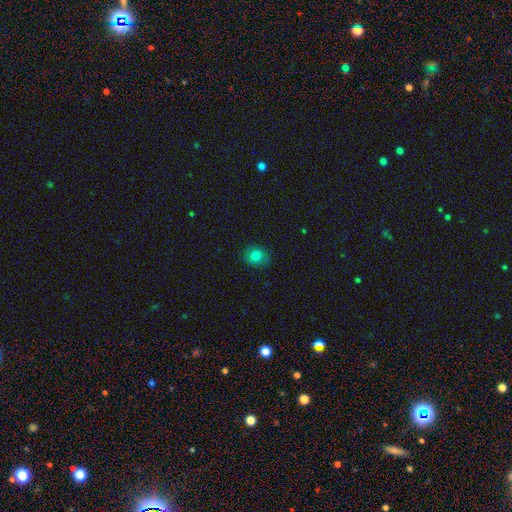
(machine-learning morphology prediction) smooth 80%, star or artifact 13%, featured or disk 7%. Down the decision tree: how rounded — round (73%); merging — none (84%).